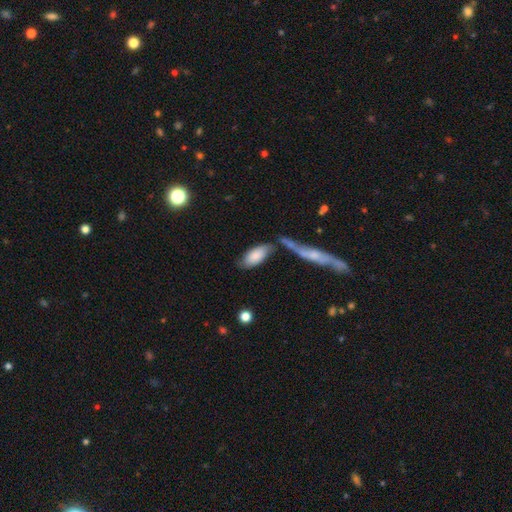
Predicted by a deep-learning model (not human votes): smooth_or_featured: smooth (p=0.80) [alt: featured or disk p=0.14]
how_rounded: in between (p=0.87) [alt: cigar-shaped p=0.11]
merging: none (p=0.48) [alt: merger p=0.29]